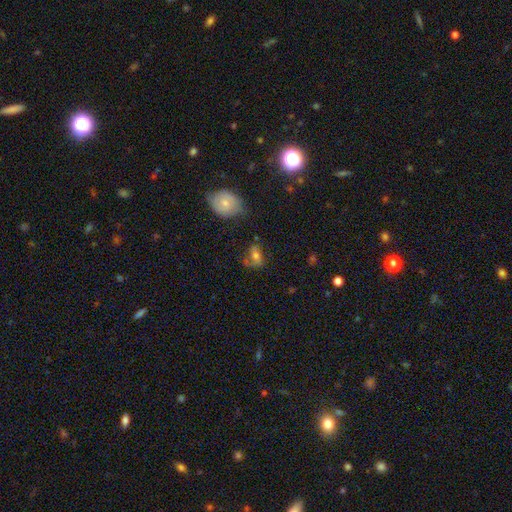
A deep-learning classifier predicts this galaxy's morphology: type=smooth (57%); roundness=in between (72%); merging=none (50%).